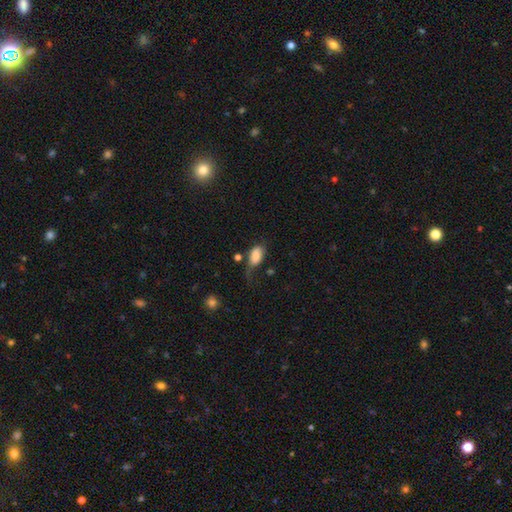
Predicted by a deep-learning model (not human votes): This appears to be a smooth galaxy with no disk features (81%) that is in between round and cigar-shaped (92%). Merging: none (34%).